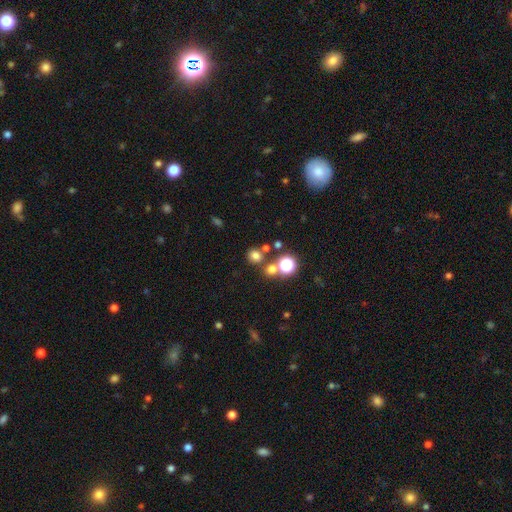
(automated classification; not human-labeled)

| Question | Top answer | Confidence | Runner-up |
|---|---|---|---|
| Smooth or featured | smooth | 71% | star or artifact (23%) |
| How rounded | round | 86% | in between (13%) |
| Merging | none | 72% | merger (16%) |